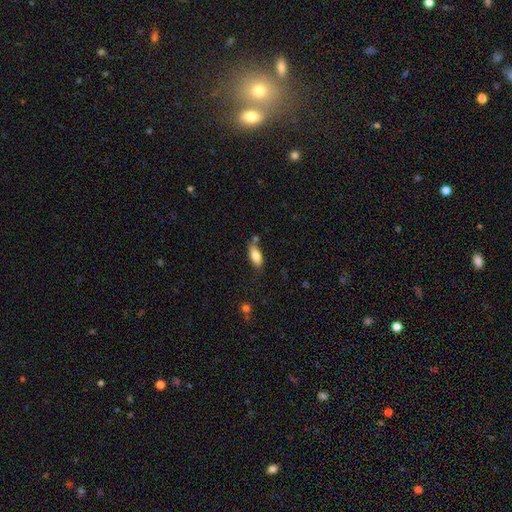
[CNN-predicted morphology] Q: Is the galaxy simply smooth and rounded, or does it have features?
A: smooth — 81%.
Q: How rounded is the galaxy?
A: in between — 84%.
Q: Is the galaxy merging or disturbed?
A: none — 66%.